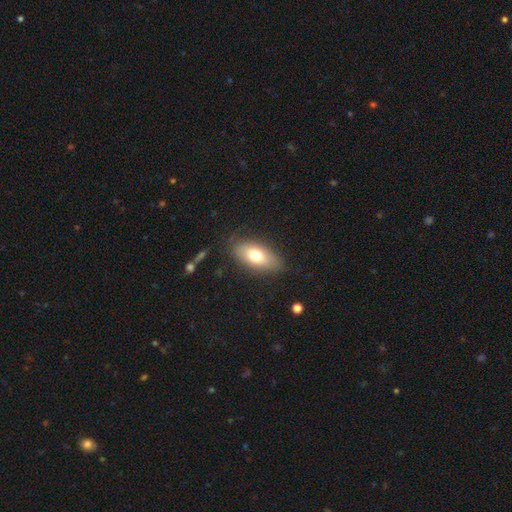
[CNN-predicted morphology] A smooth galaxy with no disk features (71%) that is in between round and cigar-shaped (88%). Merging: none (82%).